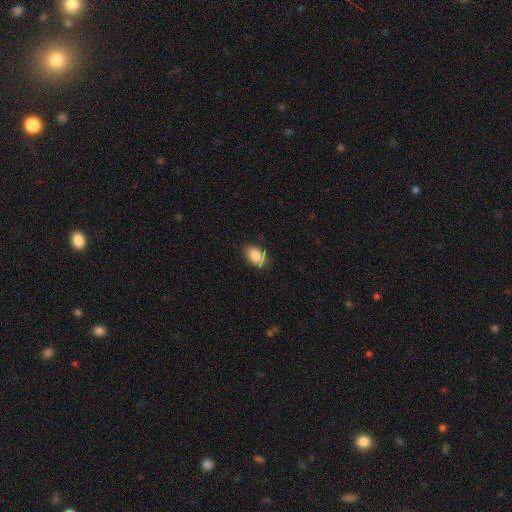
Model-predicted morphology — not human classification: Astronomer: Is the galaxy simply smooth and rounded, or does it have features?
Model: smooth — 85%.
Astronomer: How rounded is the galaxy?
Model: in between — 89%.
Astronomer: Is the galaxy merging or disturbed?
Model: none — 79%.